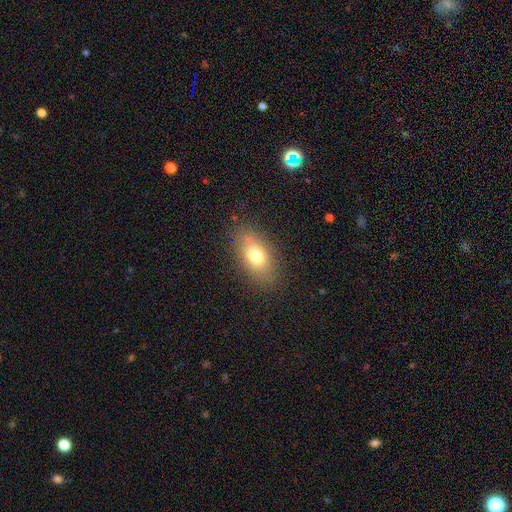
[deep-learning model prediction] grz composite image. It shows a smooth galaxy with no disk features (72%) that is in between round and cigar-shaped (84%). Merging: none (79%).